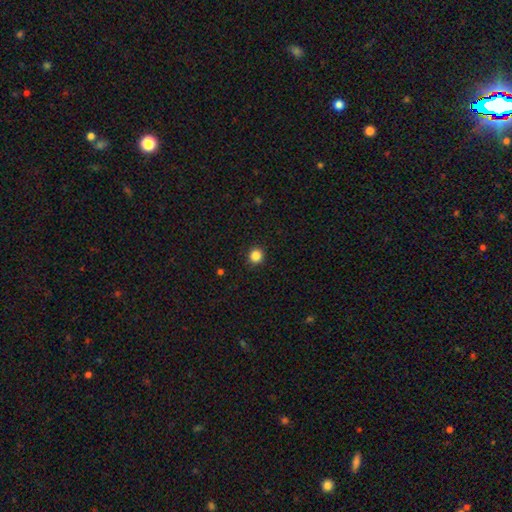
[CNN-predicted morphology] Overall: smooth (86%). How rounded: round (93%). Merging: none (92%).